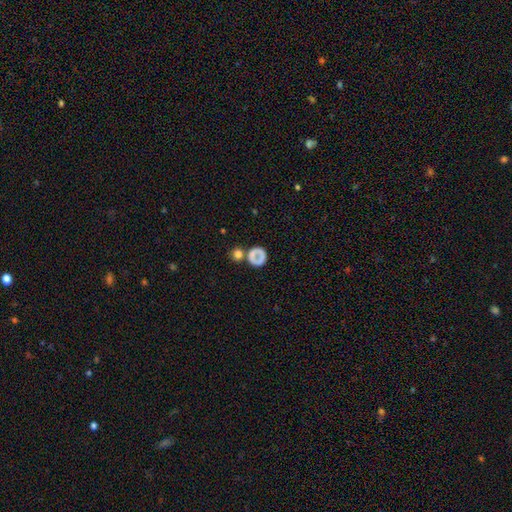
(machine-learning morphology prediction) smooth 60%, featured or disk 26%, star or artifact 14%. Down the decision tree: how rounded — round (79%); merging — none (61%).